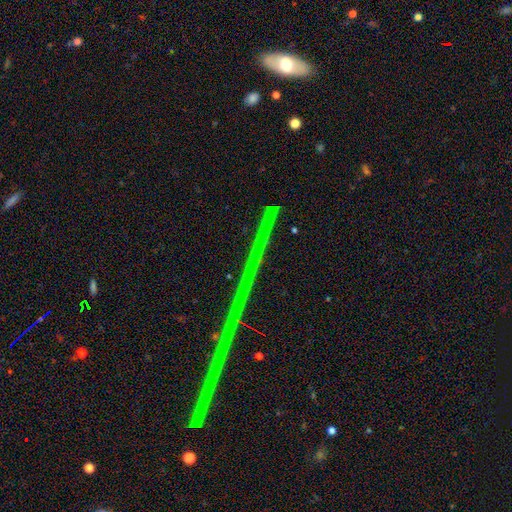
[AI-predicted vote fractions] Morphology: type=star or artifact (71%).